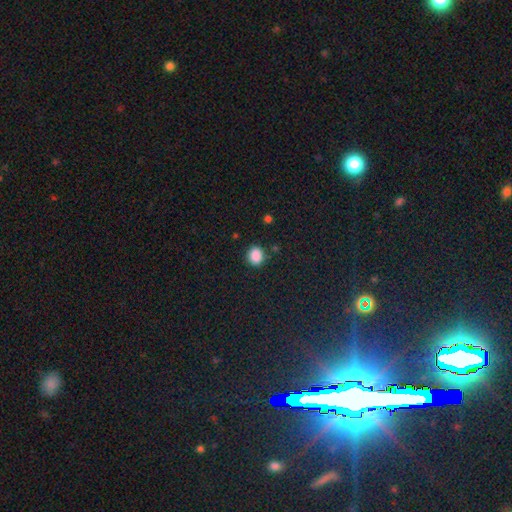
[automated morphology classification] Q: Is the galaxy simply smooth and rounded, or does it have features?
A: smooth — 87%.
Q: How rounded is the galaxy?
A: round — 67%.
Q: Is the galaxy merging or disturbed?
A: none — 84%.